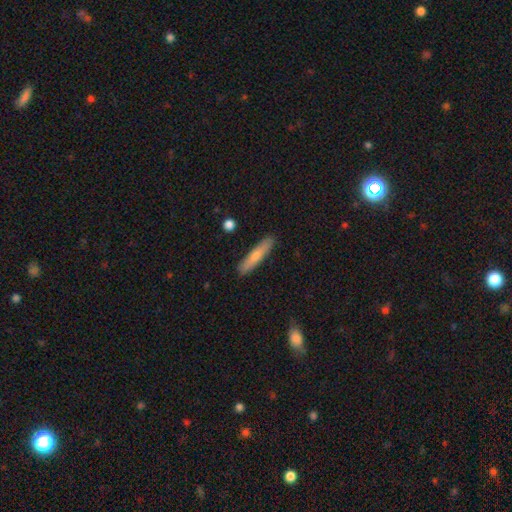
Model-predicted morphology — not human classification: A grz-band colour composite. It shows a smooth galaxy with no disk features (73%) that is cigar-shaped (86%). Merging: none (88%).